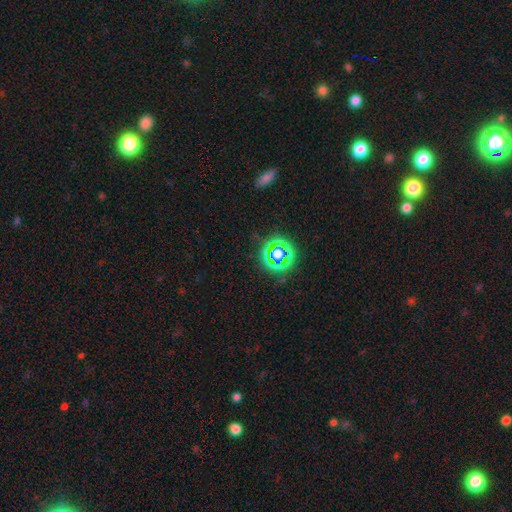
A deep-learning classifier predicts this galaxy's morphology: star or artifact 70%, smooth 21%, featured or disk 9%.